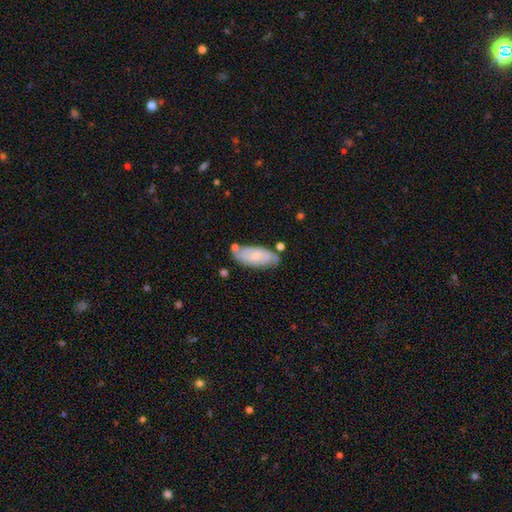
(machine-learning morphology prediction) Smooth or featured?
  - smooth: 47% *
  - featured or disk: 46%
  - star or artifact: 6%
Merging?
  - none: 64% *
  - minor disturbance: 22%
  - merger: 8%
  - major disturbance: 5%